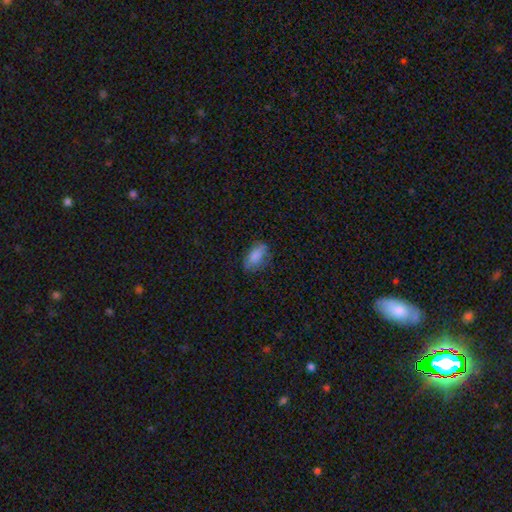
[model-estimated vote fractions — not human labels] This is clearly a smooth galaxy (81%). How rounded: clearly in between (91%). Merging: likely none (68%).